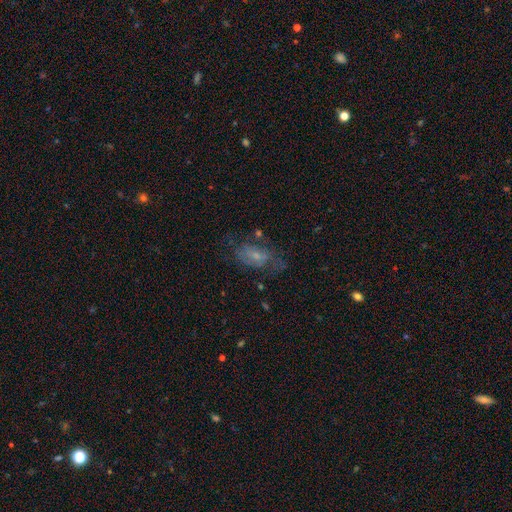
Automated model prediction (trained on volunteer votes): Smooth or featured? featured or disk (45%)
Merging? none (50%)